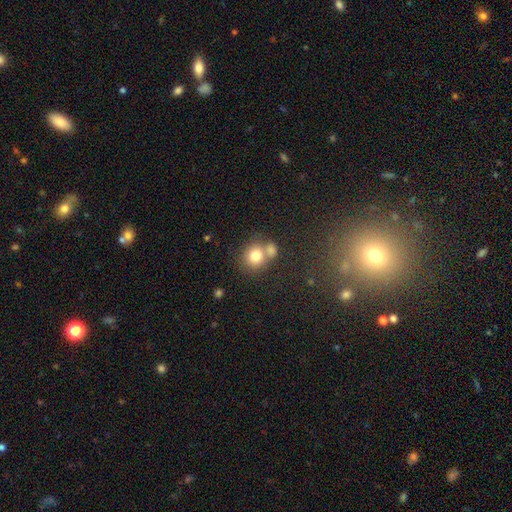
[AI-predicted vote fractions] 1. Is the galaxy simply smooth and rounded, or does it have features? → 78% smooth, 11% featured or disk, 11% star or artifact.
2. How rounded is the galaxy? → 81% round, 18% in between, 1% cigar-shaped.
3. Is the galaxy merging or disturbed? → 46% none, 40% merger, 9% minor disturbance, 4% major disturbance.